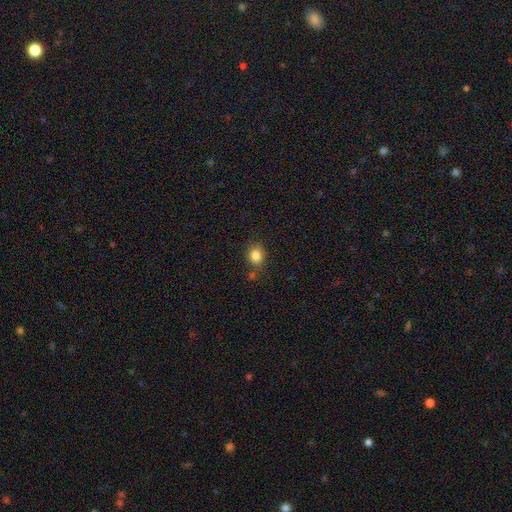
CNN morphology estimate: Overall: smooth (84%). How rounded: round (60%; in between 39%). Merging: none (72%).